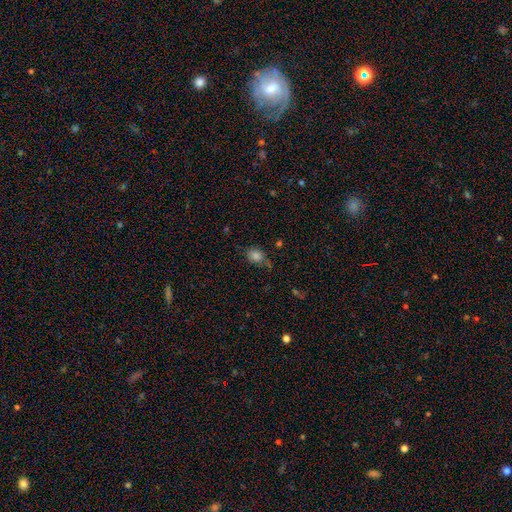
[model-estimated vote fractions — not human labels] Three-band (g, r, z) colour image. It shows a smooth galaxy with no disk features (80%) that is in between round and cigar-shaped (53%). Merging: none (63%).